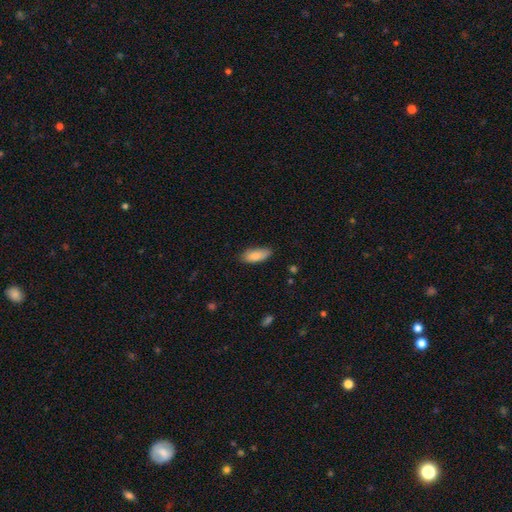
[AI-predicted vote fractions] Smooth or featured? Predicted: smooth (p=0.87). How rounded? Predicted: in between (p=0.79). Merging? Predicted: none (p=0.80).